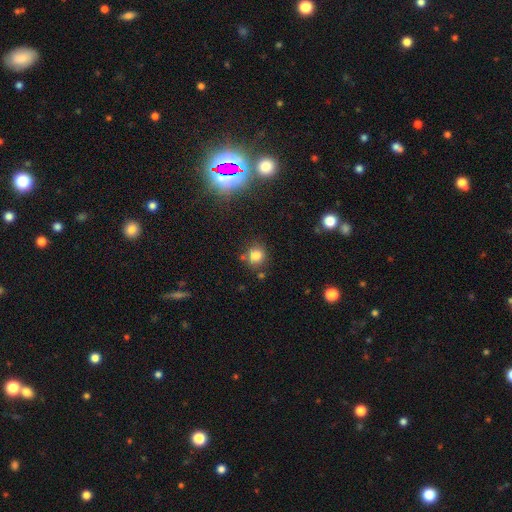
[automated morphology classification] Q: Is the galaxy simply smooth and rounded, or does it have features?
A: smooth — 78%.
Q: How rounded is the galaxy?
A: round — 86%.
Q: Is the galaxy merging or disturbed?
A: none — 76%.